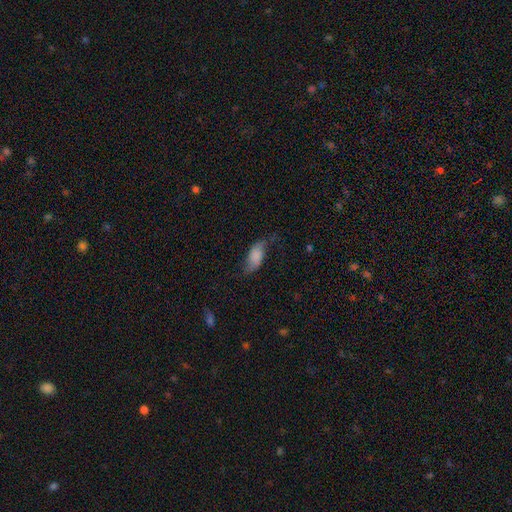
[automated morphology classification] smooth-or-featured: smooth: 60% | featured or disk: 32% | star or artifact: 8%
  how-rounded: in between: 89% | cigar-shaped: 8% | round: 3%
  merging: none: 55% | minor disturbance: 27% | major disturbance: 16% | merger: 2%